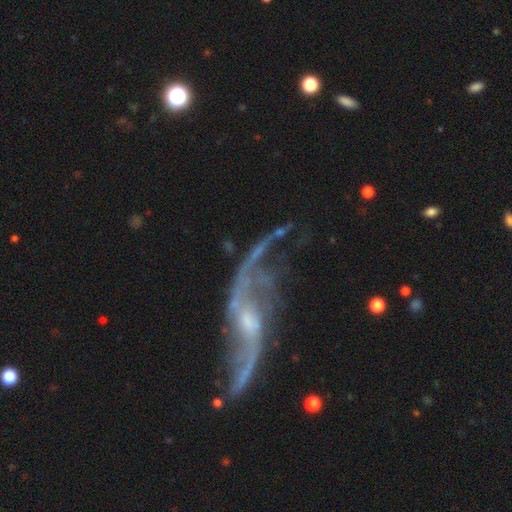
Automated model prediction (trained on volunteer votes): The model was most divided on "bar": no: 47%, weak: 40%, strong: 13%. Remaining: spiral arms — yes (91%); edge-on disk — no (89%); spiral winding — loose (88%); smooth or featured — featured or disk (86%); spiral arm count — 2 (85%); bulge size — small (55%); merging — none (50%).